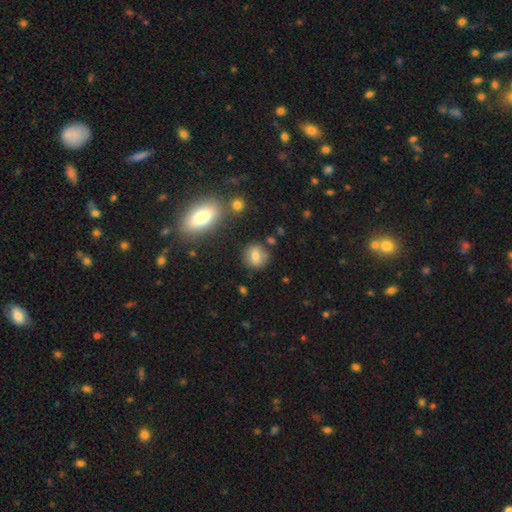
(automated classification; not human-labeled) This is likely a smooth galaxy (73%). How rounded: likely round (76%). Merging: likely none (79%).